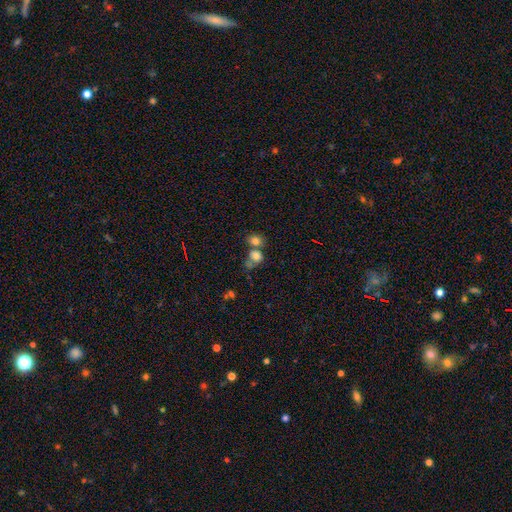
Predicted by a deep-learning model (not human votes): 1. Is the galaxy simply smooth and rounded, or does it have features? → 76% smooth, 13% star or artifact, 11% featured or disk.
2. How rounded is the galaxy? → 58% round, 40% in between, 1% cigar-shaped.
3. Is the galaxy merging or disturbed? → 49% merger, 32% none, 11% minor disturbance, 8% major disturbance.